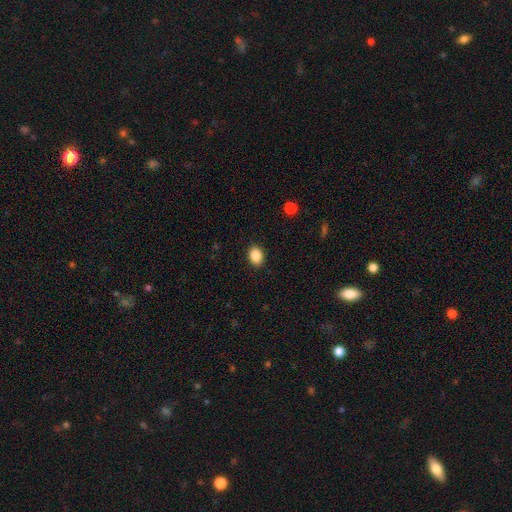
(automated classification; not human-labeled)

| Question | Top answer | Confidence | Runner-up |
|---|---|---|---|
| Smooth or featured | smooth | 87% | star or artifact (9%) |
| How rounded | in between | 68% | round (31%) |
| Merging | none | 90% | minor disturbance (7%) |